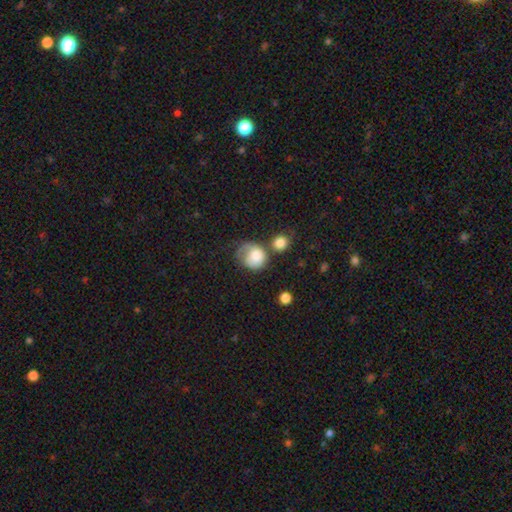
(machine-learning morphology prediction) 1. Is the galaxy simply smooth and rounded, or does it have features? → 68% smooth, 25% featured or disk, 7% star or artifact.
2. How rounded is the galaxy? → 75% round, 24% in between, 1% cigar-shaped.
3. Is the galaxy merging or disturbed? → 30% none, 28% major disturbance, 23% minor disturbance, 20% merger.